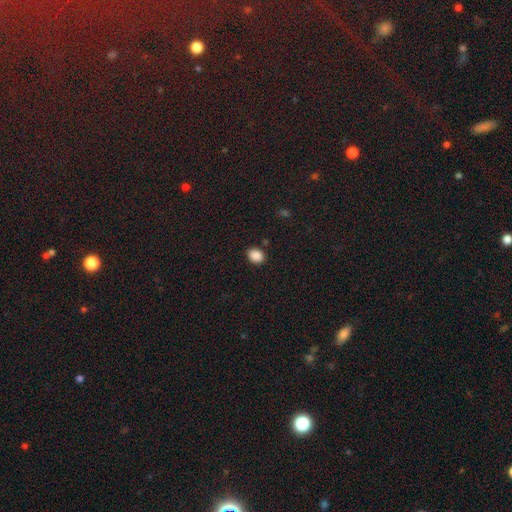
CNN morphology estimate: Q: Smooth or featured?
A: smooth (88%); runner-up: star or artifact (9%)
Q: How rounded?
A: in between (51%); runner-up: round (48%)
Q: Merging?
A: none (87%); runner-up: minor disturbance (9%)